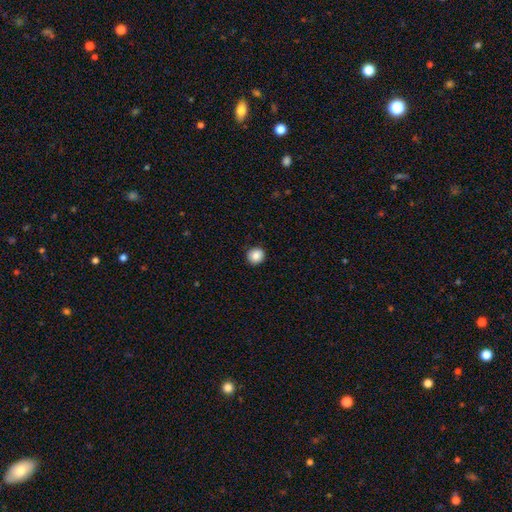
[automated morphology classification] This is clearly a smooth galaxy (87%). How rounded: clearly round (91%). Merging: clearly none (91%).